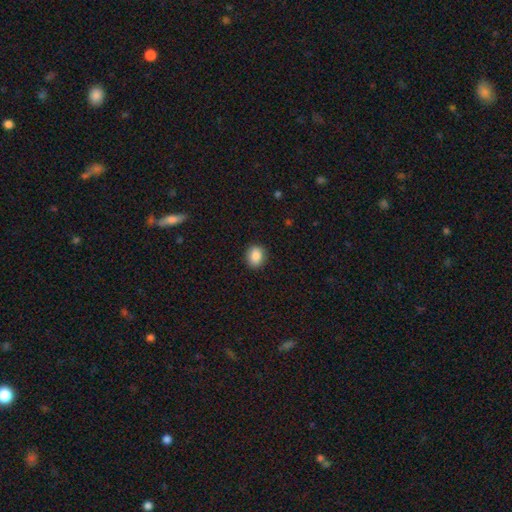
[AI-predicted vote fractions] Morphology: type=smooth (86%); roundness=round (56%); merging=none (90%).